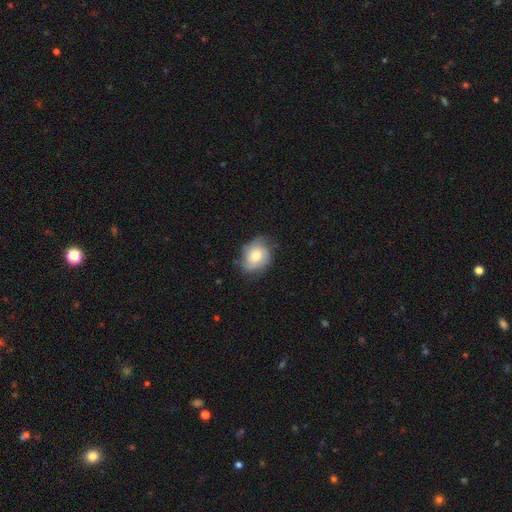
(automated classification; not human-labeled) Smooth or featured? smooth (52%)
How rounded? round (53%)
Merging? none (66%)